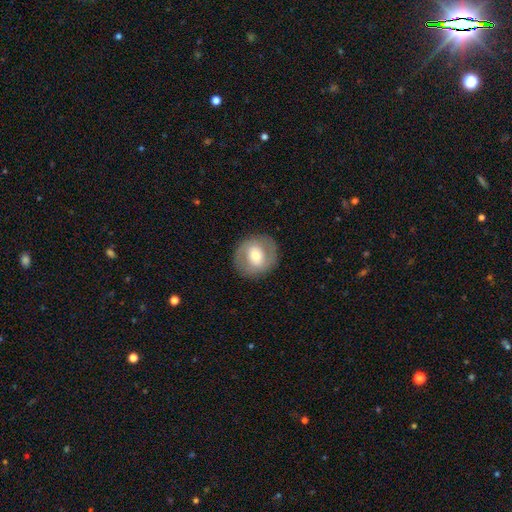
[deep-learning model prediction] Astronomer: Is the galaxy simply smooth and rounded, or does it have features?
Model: smooth — 47% (runner-up: featured or disk, 46%).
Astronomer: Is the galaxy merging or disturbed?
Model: none — 85%.